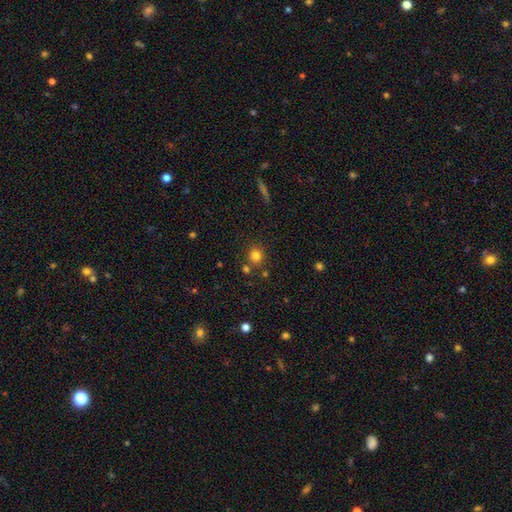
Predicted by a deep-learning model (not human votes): A smooth galaxy with no disk features (80%) that is round (88%).

Vote fractions:
- Smooth or featured? smooth: 80% / star or artifact: 14% / featured or disk: 6%
- How rounded? round: 88% / in between: 11% / cigar-shaped: 1%
- Merging? none: 77% / merger: 11% / minor disturbance: 9% / major disturbance: 3%